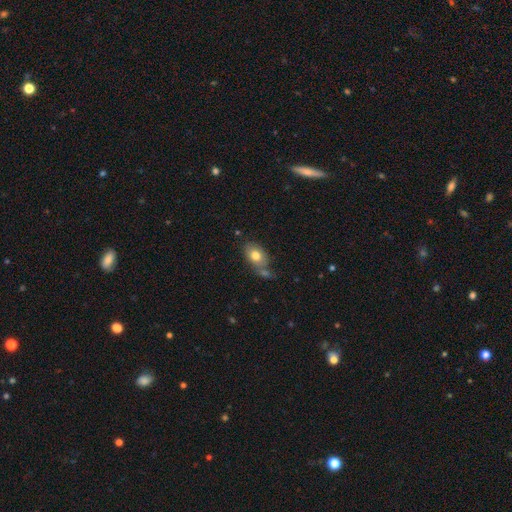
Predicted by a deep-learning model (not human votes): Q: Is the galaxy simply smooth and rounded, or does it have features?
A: smooth — 77%.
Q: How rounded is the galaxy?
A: in between — 80%.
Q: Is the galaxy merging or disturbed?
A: none — 52%.